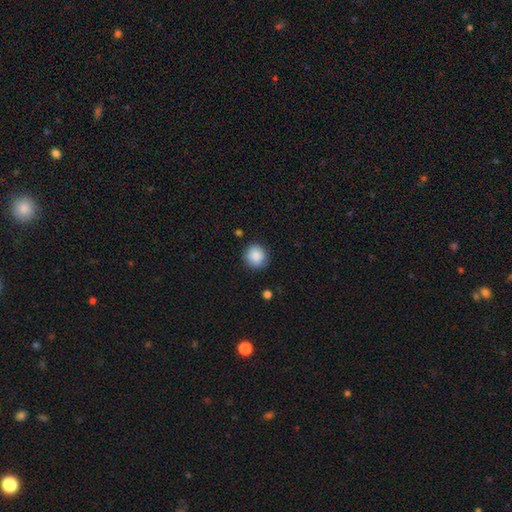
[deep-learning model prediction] Q: Smooth or featured?
A: smooth (89%); runner-up: star or artifact (8%)
Q: How rounded?
A: round (91%); runner-up: in between (8%)
Q: Merging?
A: none (87%); runner-up: minor disturbance (9%)